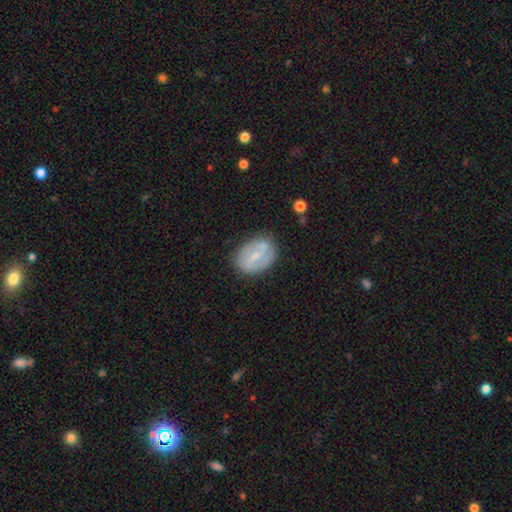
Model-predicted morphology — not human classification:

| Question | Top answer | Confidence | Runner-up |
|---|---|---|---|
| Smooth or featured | featured or disk | 55% | smooth (39%) |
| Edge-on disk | no | 96% | yes (4%) |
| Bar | weak | 48% | strong (28%) |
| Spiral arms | yes | 53% | no (47%) |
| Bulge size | small | 61% | moderate (30%) |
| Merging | none | 75% | minor disturbance (18%) |